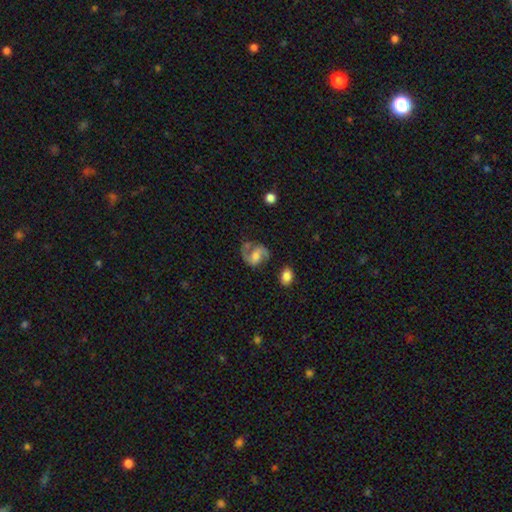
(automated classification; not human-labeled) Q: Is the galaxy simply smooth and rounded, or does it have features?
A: featured or disk — 80%.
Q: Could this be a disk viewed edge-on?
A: no — 98%.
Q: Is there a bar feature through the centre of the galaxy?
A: weak — 43%, tied with no.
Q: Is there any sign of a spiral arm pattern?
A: yes — 95%.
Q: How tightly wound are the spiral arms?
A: medium — 54%.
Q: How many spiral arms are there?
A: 2 — 88%.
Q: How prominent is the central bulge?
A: moderate — 44%.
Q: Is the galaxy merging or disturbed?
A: none — 63%.